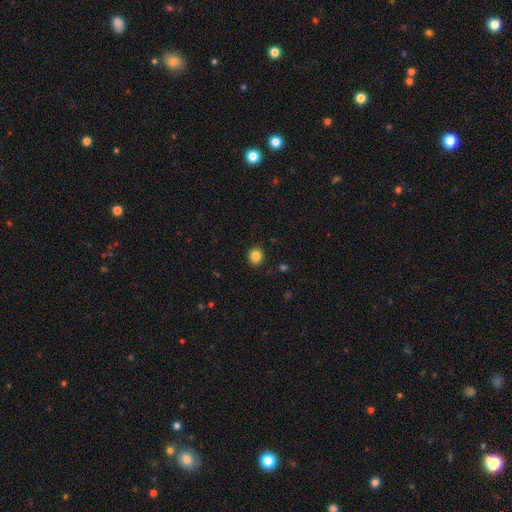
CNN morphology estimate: A smooth galaxy with no disk features (85%) that is round (84%).

Vote fractions:
- Smooth or featured? smooth: 85% / star or artifact: 11% / featured or disk: 5%
- How rounded? round: 84% / in between: 15% / cigar-shaped: 1%
- Merging? none: 91% / minor disturbance: 6% / major disturbance: 2% / merger: 1%